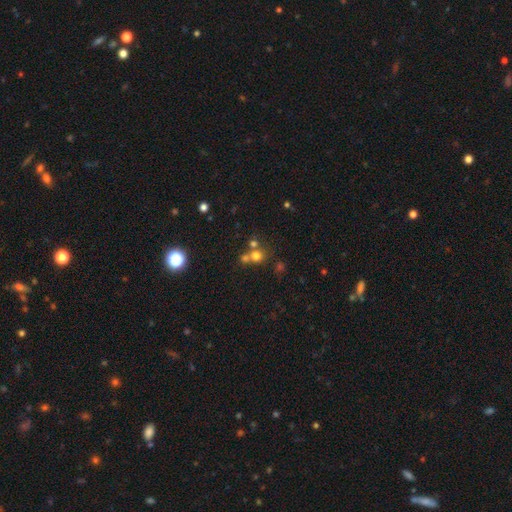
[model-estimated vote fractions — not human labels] smooth-or-featured: smooth: 67% | star or artifact: 20% | featured or disk: 13%
  how-rounded: round: 84% | in between: 15% | cigar-shaped: 1%
  merging: merger: 45% | none: 44% | minor disturbance: 7% | major disturbance: 4%